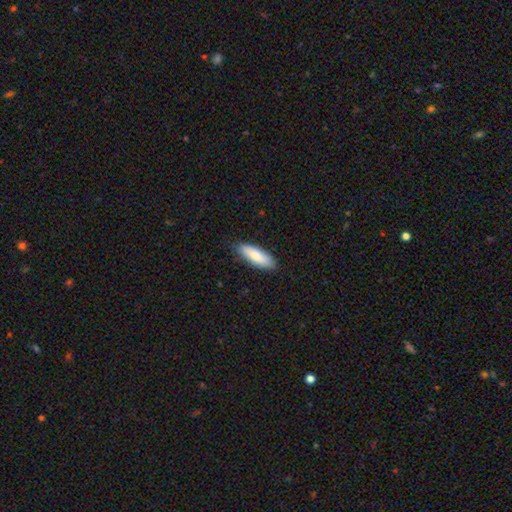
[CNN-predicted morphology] A smooth galaxy with no disk features (82%) that is in between round and cigar-shaped (55%).

Vote fractions:
- Smooth or featured? smooth: 82% / featured or disk: 13% / star or artifact: 5%
- How rounded? in between: 55% / cigar-shaped: 44% / round: 2%
- Merging? none: 85% / minor disturbance: 12% / major disturbance: 2% / merger: 1%